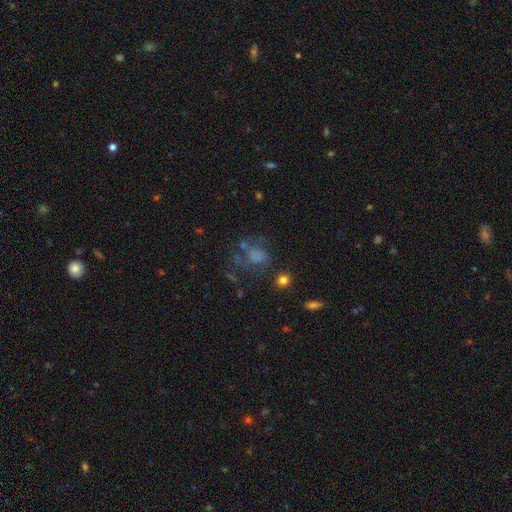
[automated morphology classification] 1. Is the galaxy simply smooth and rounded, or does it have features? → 51% smooth, 31% featured or disk, 18% star or artifact.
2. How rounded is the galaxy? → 50% in between, 49% round, 2% cigar-shaped.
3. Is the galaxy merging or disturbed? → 39% none, 31% major disturbance, 21% minor disturbance, 9% merger.